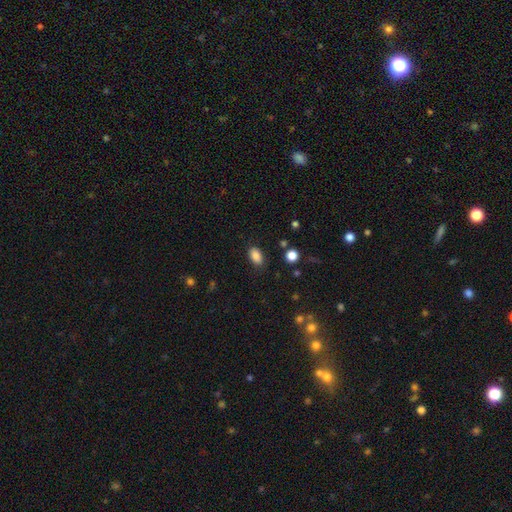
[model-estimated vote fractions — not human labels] Smooth or featured?
  - smooth: 86% *
  - star or artifact: 9%
  - featured or disk: 5%
How rounded?
  - in between: 90% *
  - round: 8%
  - cigar-shaped: 2%
Merging?
  - none: 84% *
  - minor disturbance: 11%
  - major disturbance: 3%
  - merger: 2%